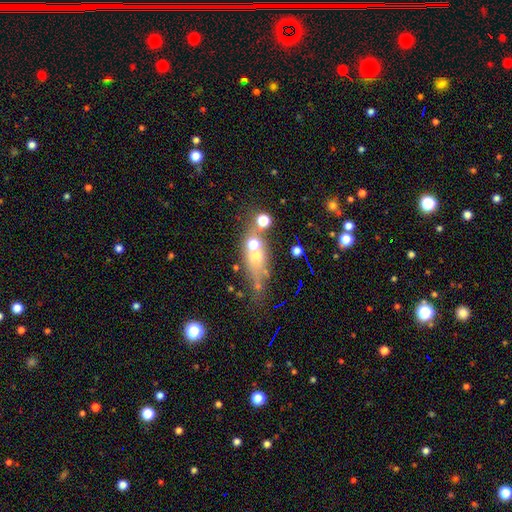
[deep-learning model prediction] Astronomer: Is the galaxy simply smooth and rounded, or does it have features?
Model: smooth — 43% (runner-up: featured or disk, 36%).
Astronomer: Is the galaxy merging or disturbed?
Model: none — 46% (runner-up: merger, 29%).